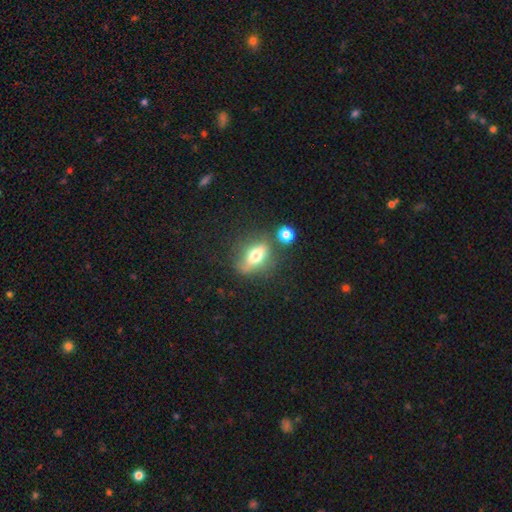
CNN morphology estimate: The model was most divided on "smooth or featured": smooth: 51%, featured or disk: 38%, star or artifact: 11%. More confident: merging — none (67%); how rounded — in between (63%).